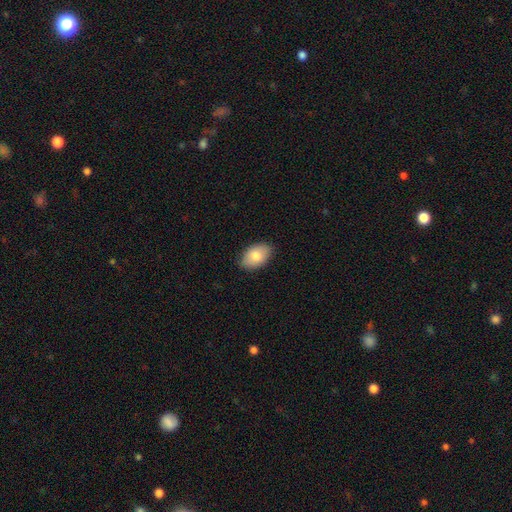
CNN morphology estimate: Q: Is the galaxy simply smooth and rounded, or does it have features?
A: smooth — 81%.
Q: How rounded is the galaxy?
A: in between — 91%.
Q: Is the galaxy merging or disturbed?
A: none — 86%.